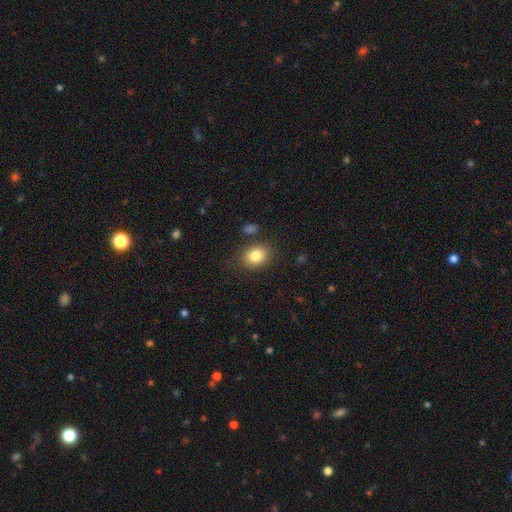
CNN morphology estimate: A smooth galaxy with no disk features (83%) that is in between round and cigar-shaped (55%). Merging: none (82%).